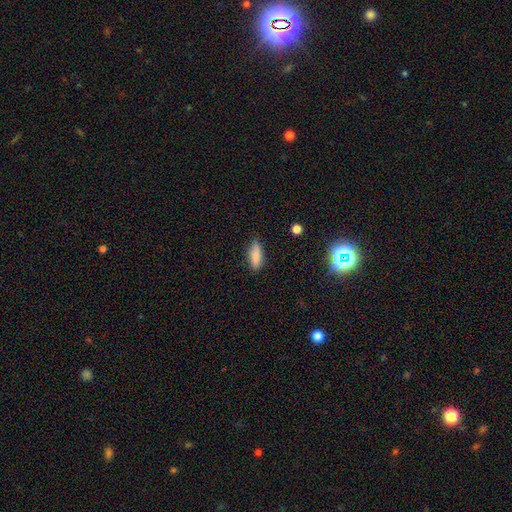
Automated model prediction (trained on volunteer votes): smooth_or_featured: smooth (p=0.85) [alt: star or artifact p=0.07]
how_rounded: in between (p=0.61) [alt: cigar-shaped p=0.37]
merging: none (p=0.84) [alt: minor disturbance p=0.13]